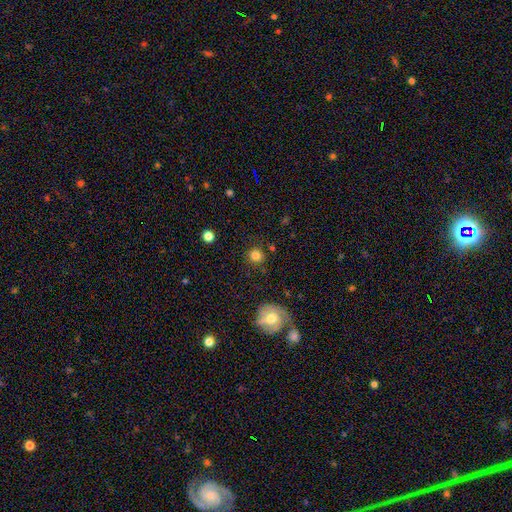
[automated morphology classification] smooth 82%, star or artifact 12%, featured or disk 7%. Down the decision tree: how rounded — round (90%); merging — none (84%).